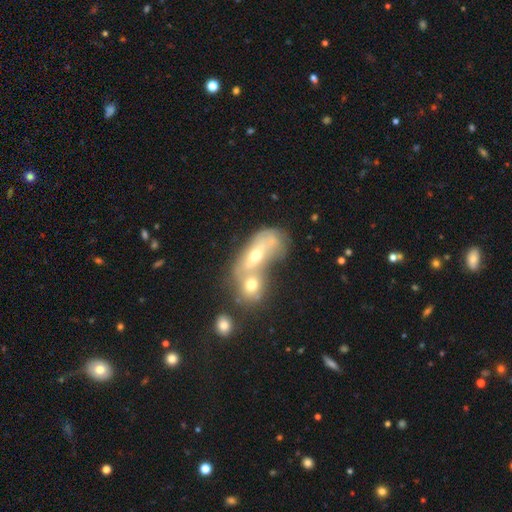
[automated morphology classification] smooth_or_featured: featured or disk (p=0.45) [alt: smooth p=0.40]
merging: merger (p=0.72) [alt: none p=0.16]